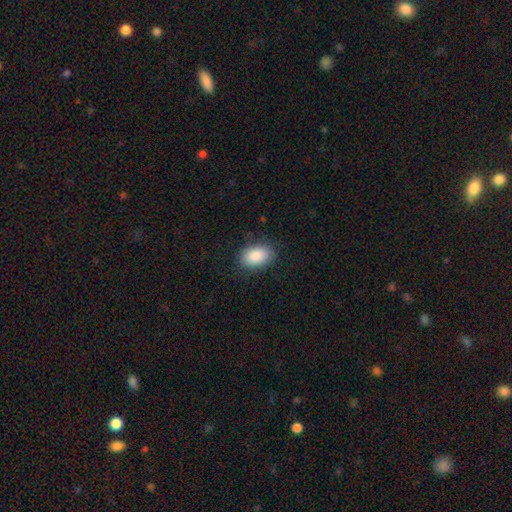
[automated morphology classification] Smooth or featured? Predicted: smooth (p=0.88). How rounded? Predicted: in between (p=0.91). Merging? Predicted: none (p=0.83).